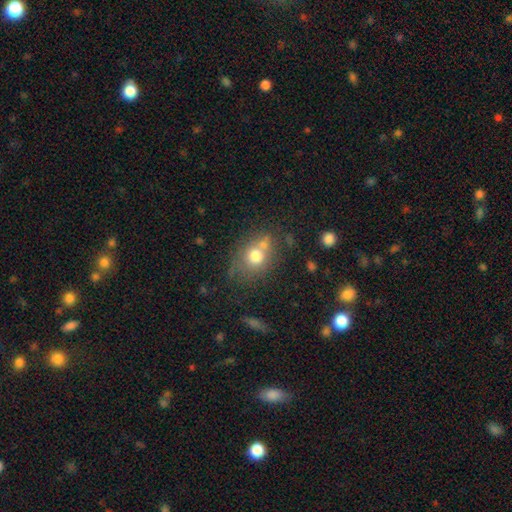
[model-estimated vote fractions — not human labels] smooth 71%, featured or disk 17%, star or artifact 12%. Down the decision tree: how rounded — round (60%); merging — none (52%).